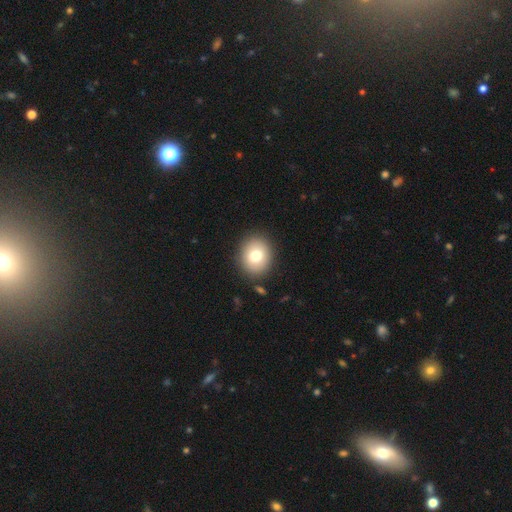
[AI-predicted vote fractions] smooth_or_featured: smooth (p=0.77) [alt: featured or disk p=0.14]
how_rounded: round (p=0.71) [alt: in between p=0.28]
merging: none (p=0.88) [alt: minor disturbance p=0.08]